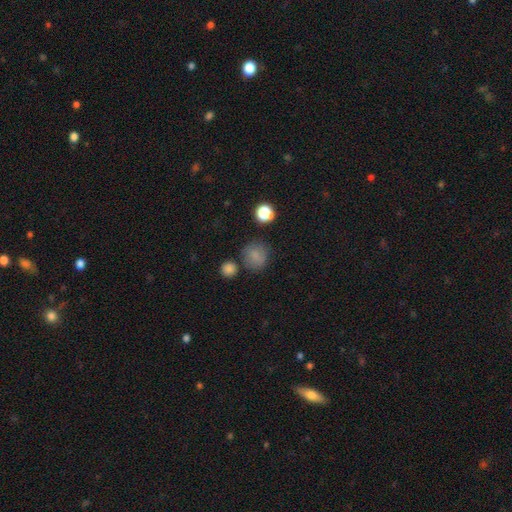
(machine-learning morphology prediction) This appears to be a smooth galaxy with no disk features (78%) that is round (86%). Merging: none (74%).